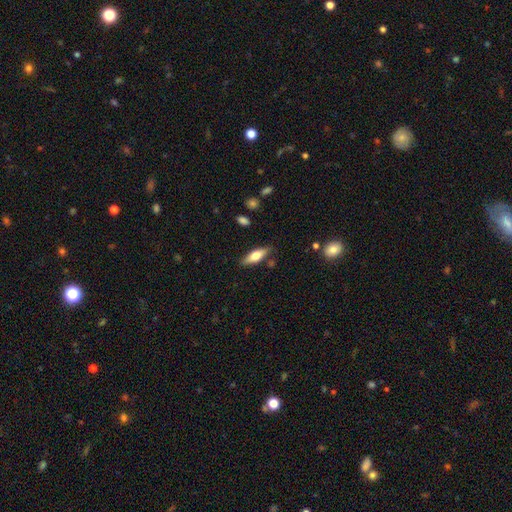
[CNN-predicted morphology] smooth_or_featured: smooth (p=0.59) [alt: featured or disk p=0.35]
how_rounded: in between (p=0.54) [alt: cigar-shaped p=0.43]
merging: none (p=0.81) [alt: minor disturbance p=0.13]